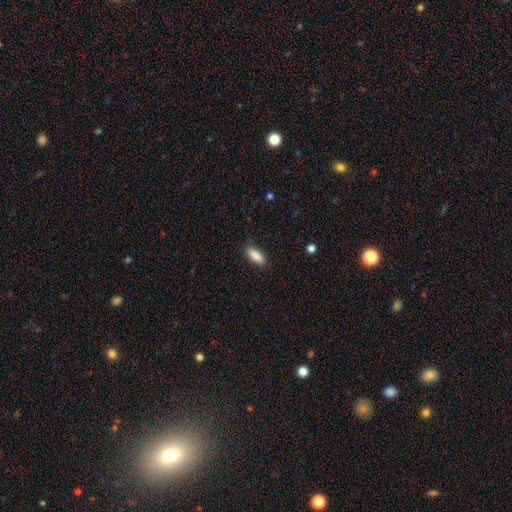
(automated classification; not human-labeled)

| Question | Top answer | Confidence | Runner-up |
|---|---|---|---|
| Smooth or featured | smooth | 88% | star or artifact (7%) |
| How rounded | in between | 77% | cigar-shaped (21%) |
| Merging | none | 88% | minor disturbance (9%) |